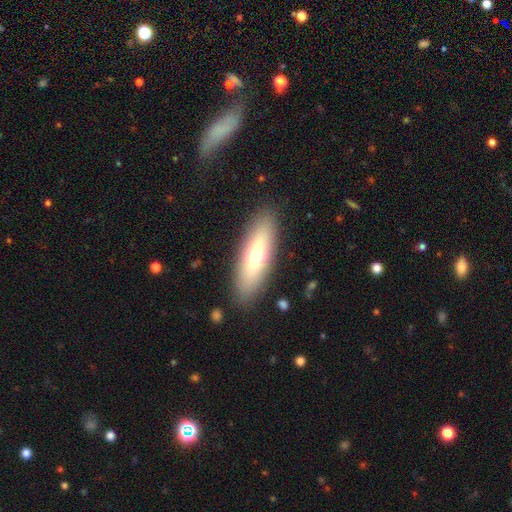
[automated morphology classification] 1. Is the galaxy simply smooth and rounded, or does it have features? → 63% smooth, 30% featured or disk, 7% star or artifact.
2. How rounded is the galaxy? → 50% in between, 48% cigar-shaped, 2% round.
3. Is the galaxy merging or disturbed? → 88% none, 8% minor disturbance, 3% major disturbance, 2% merger.